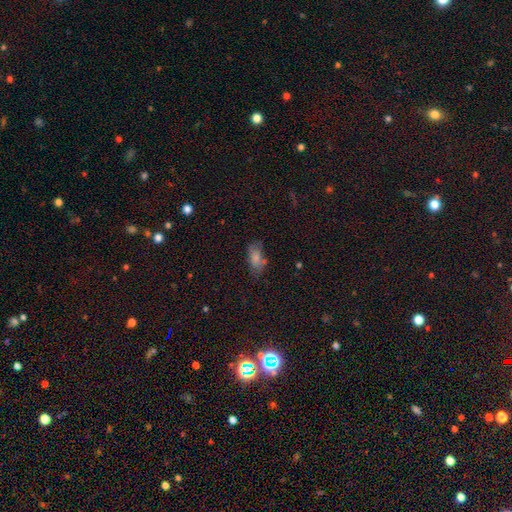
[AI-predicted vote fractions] Smooth or featured? smooth (54%)
How rounded? in between (83%)
Merging? none (67%)